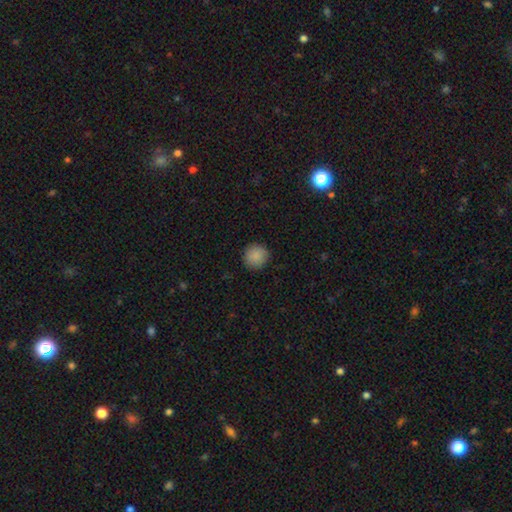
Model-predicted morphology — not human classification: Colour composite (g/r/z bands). It shows a smooth galaxy with no disk features (88%) that is round (94%). Merging: none (91%).